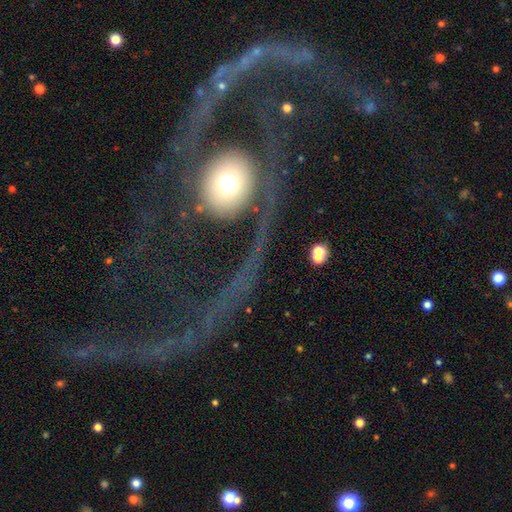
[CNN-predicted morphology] This is clearly a featured or disk galaxy (88%). It is clearly not viewed edge-on (96%). Bar: likely no (64%). Spiral arm pattern: clearly yes (88%). Spiral arm count: clearly 2 (92%). Spiral winding: likely loose (61%). Central bulge: marginally moderate (44%). Merging: likely none (62%).